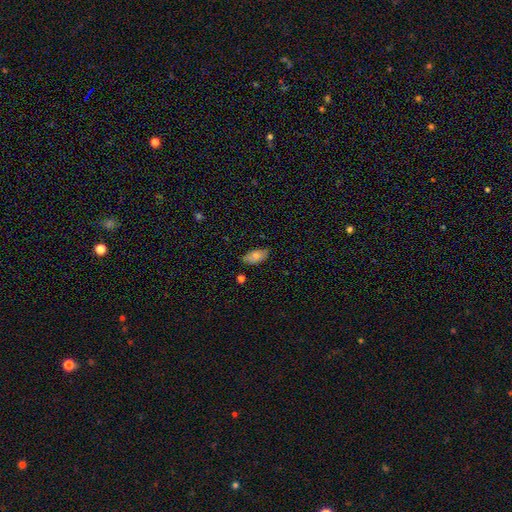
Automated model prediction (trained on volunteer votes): This is likely a smooth galaxy (75%). How rounded: clearly in between (91%). Merging: clearly none (81%).